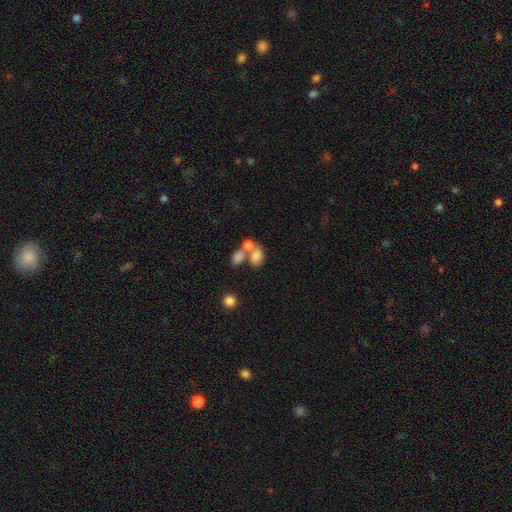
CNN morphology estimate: Smooth or featured? smooth (72%)
How rounded? in between (74%)
Merging? merger (56%)